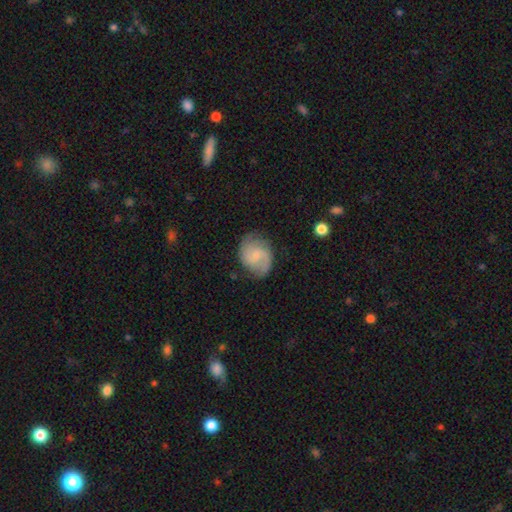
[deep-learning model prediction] smooth-or-featured: featured or disk: 69% | smooth: 24% | star or artifact: 7%
  disk-edge-on: no: 98% | yes: 2%
    bar: no: 55% | weak: 39% | strong: 5%
    has-spiral-arms: yes: 94% | no: 6%
      spiral-winding: medium: 50% | tight: 28% | loose: 23%
      spiral-arm-count: 2: 81% | can't tell: 8% | 1: 5% | 3: 3% | 4: 1% | more than 4: 1%
    bulge-size: small: 56% | none: 22% | moderate: 19% | large: 2% | dominant: 1%
  merging: none: 72% | minor disturbance: 19% | major disturbance: 8% | merger: 2%